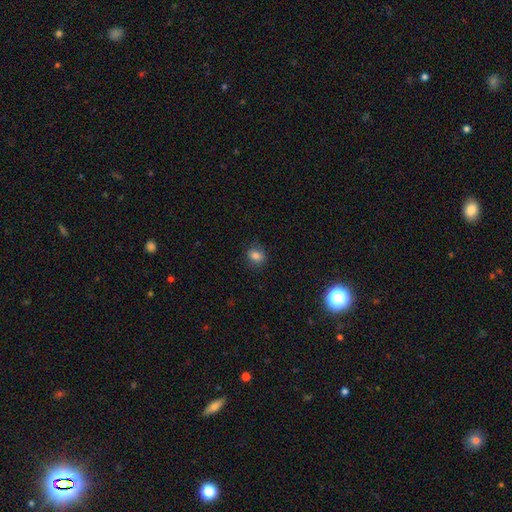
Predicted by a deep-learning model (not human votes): smooth 82%, star or artifact 12%, featured or disk 6%. Down the decision tree: how rounded — round (60%); merging — none (83%).